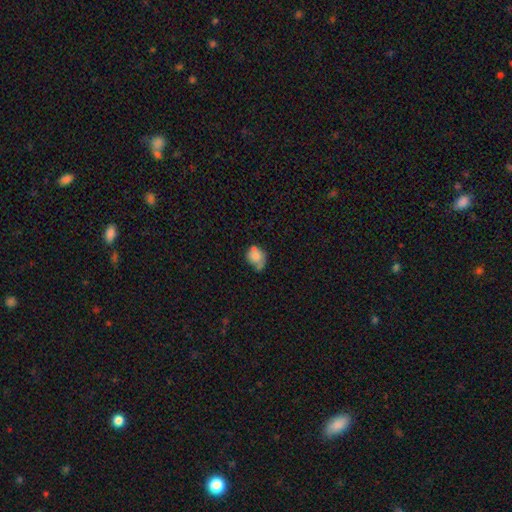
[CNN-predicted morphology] smooth-or-featured: smooth: 72% | featured or disk: 19% | star or artifact: 10%
  how-rounded: round: 56% | in between: 42% | cigar-shaped: 1%
  merging: none: 35% | minor disturbance: 32% | merger: 17% | major disturbance: 16%